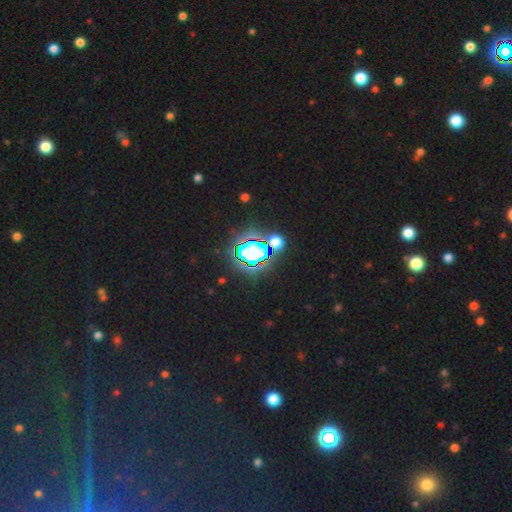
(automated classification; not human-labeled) Smooth or featured: star or artifact — 79% (smooth — 14%)